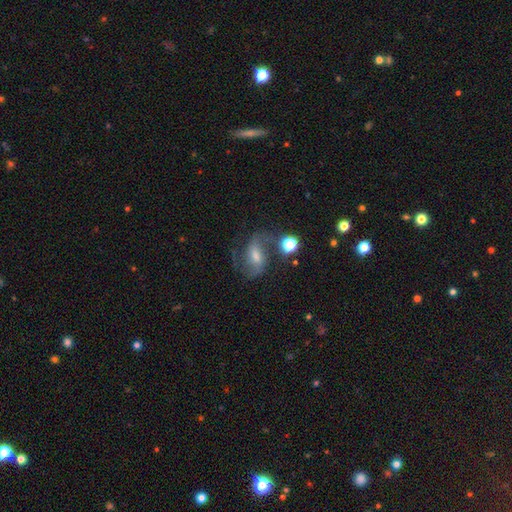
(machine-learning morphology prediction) This is likely a featured or disk galaxy (76%). It is clearly not viewed edge-on (97%). Bar: possibly weak (51%). Spiral arm pattern: clearly yes (94%). Spiral arm count: clearly 2 (86%). Spiral winding: possibly medium (47%). Central bulge: possibly moderate (47%). Merging: likely none (61%).